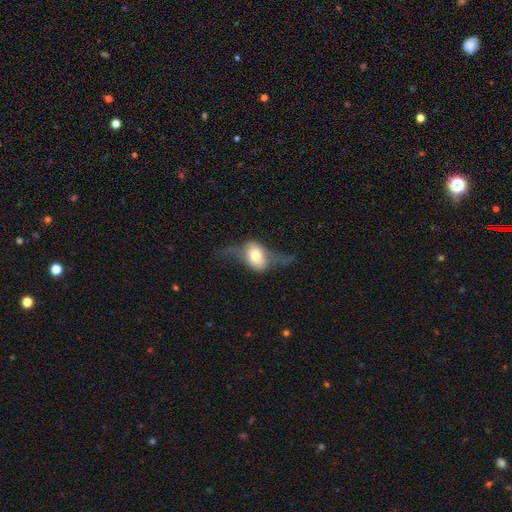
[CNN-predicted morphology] This is possibly a featured or disk galaxy (55%). It is possibly not viewed edge-on (57%). Merging: marginally none (39%).